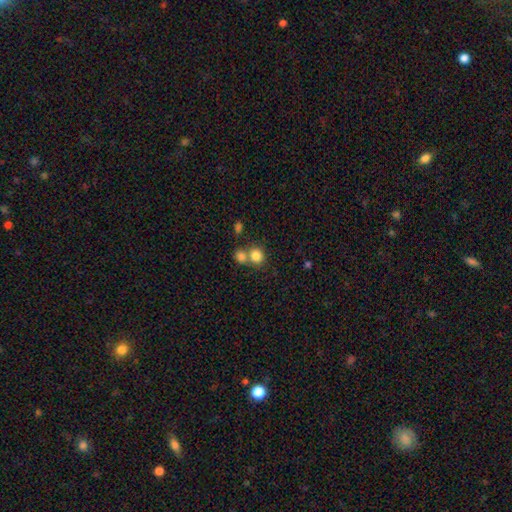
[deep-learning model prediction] smooth_or_featured: smooth (p=0.82) [alt: star or artifact p=0.10]
how_rounded: round (p=0.84) [alt: in between p=0.15]
merging: none (p=0.47) [alt: merger p=0.43]